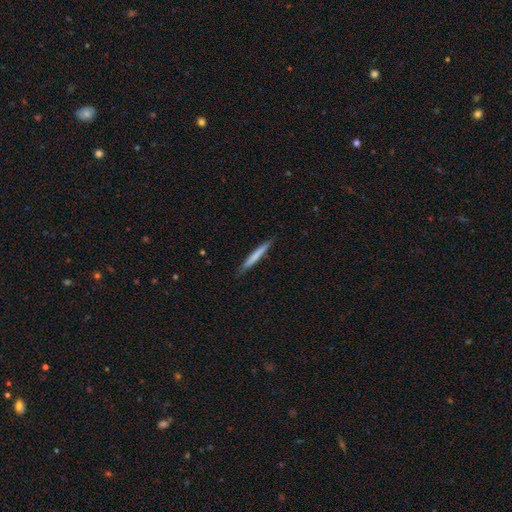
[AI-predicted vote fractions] smooth-or-featured: smooth: 70% | featured or disk: 25% | star or artifact: 5%
  how-rounded: cigar-shaped: 97% | in between: 2% | round: 1%
  merging: none: 88% | minor disturbance: 9% | major disturbance: 2% | merger: 1%